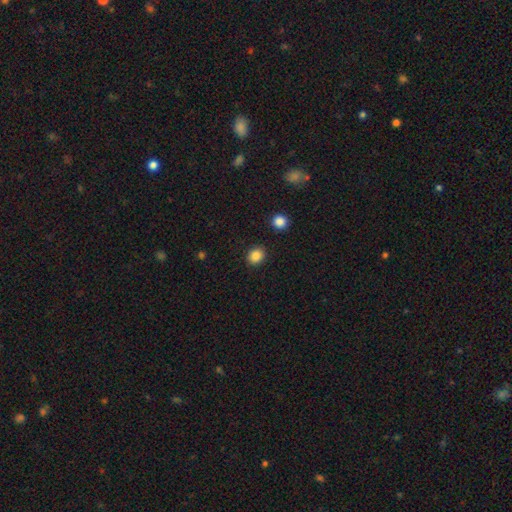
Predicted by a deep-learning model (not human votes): Smooth or featured: smooth — 87% (star or artifact — 10%)
How rounded: round — 73% (in between — 26%)
Merging: none — 90% (minor disturbance — 6%)